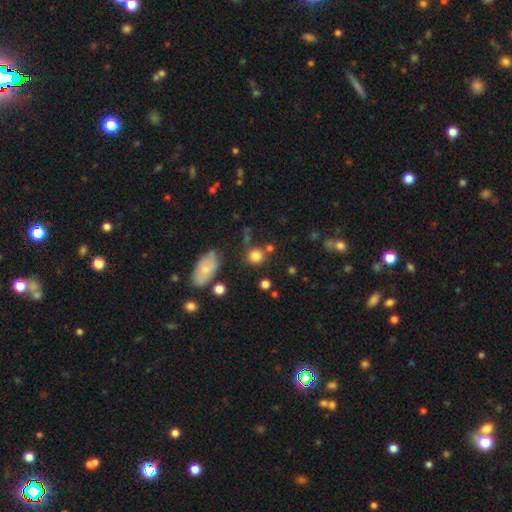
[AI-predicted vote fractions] smooth_or_featured: smooth (p=0.81) [alt: star or artifact p=0.12]
how_rounded: round (p=0.85) [alt: in between p=0.14]
merging: none (p=0.75) [alt: minor disturbance p=0.11]